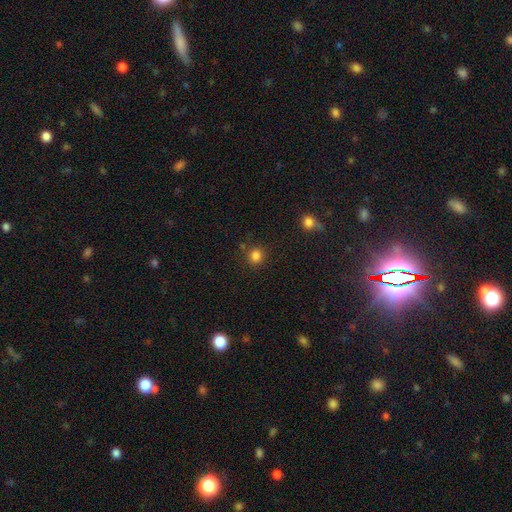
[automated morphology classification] smooth 84%, star or artifact 13%, featured or disk 4%. Down the decision tree: how rounded — round (90%); merging — none (85%).